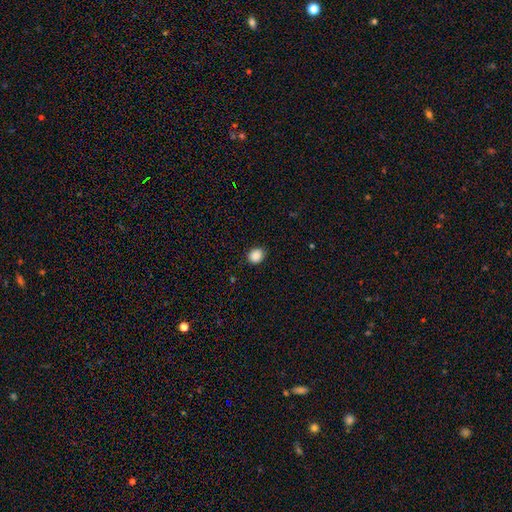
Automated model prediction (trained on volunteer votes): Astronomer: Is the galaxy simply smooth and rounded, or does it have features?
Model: smooth — 88%.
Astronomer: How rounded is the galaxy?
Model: round — 74%.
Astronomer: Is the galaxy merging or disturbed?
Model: none — 88%.